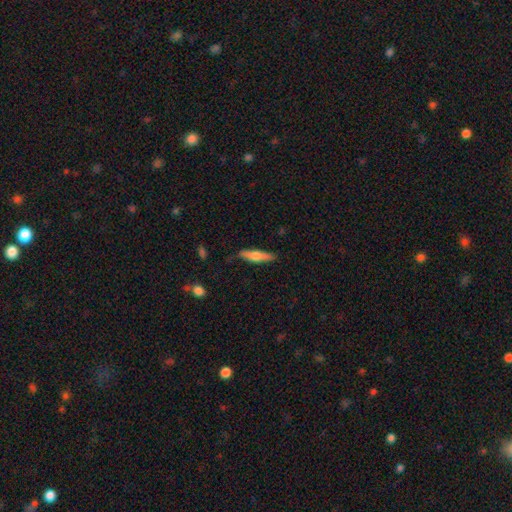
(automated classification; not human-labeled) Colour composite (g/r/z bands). It shows a smooth galaxy with no disk features (55%) that is cigar-shaped (77%). Merging: none (84%).